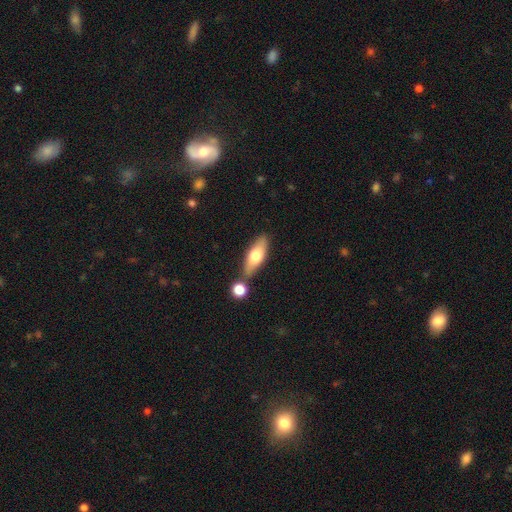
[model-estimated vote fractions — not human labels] A smooth galaxy with no disk features (63%) that is in between round and cigar-shaped (63%). Merging: none (71%).